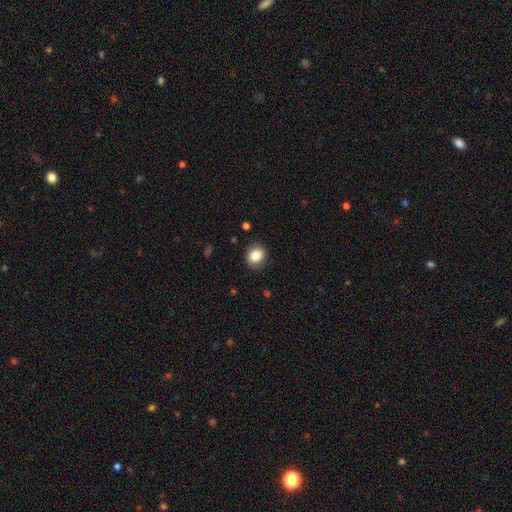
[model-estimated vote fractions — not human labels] A smooth galaxy with no disk features (85%) that is round (63%).

Vote fractions:
- Smooth or featured? smooth: 85% / star or artifact: 9% / featured or disk: 6%
- How rounded? round: 63% / in between: 36% / cigar-shaped: 1%
- Merging? none: 86% / minor disturbance: 10% / major disturbance: 3% / merger: 1%